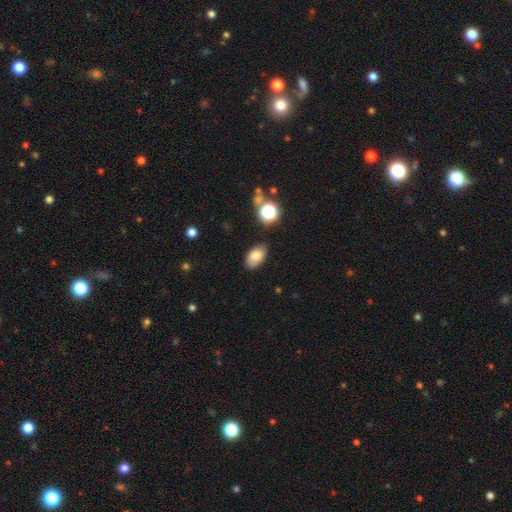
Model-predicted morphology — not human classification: Smooth or featured? Predicted: smooth (p=0.80). How rounded? Predicted: in between (p=0.91). Merging? Predicted: none (p=0.79).